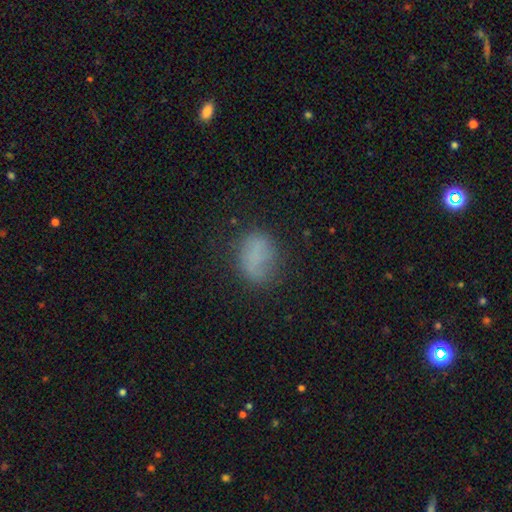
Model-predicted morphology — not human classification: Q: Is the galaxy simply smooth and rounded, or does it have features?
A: smooth — 71%.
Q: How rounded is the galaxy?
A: in between — 70%.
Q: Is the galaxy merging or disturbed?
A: none — 64%.